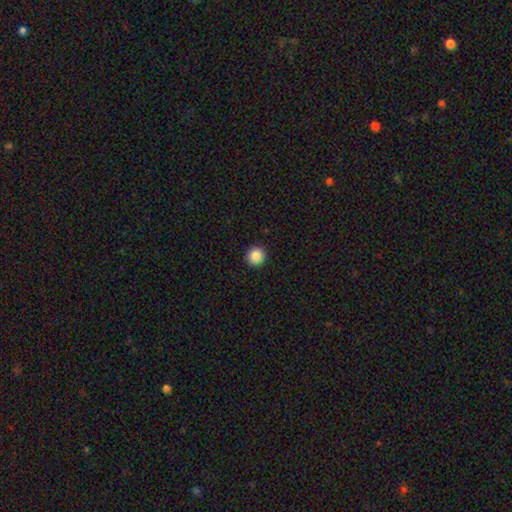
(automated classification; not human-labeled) Smooth or featured: smooth — 88% (star or artifact — 9%)
How rounded: round — 95% (in between — 4%)
Merging: none — 93% (minor disturbance — 5%)